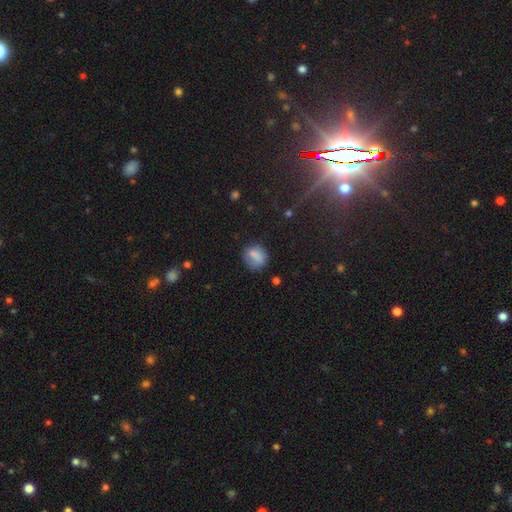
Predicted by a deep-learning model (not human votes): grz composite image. It shows a smooth galaxy with no disk features (79%) that is round (71%). Merging: none (67%).